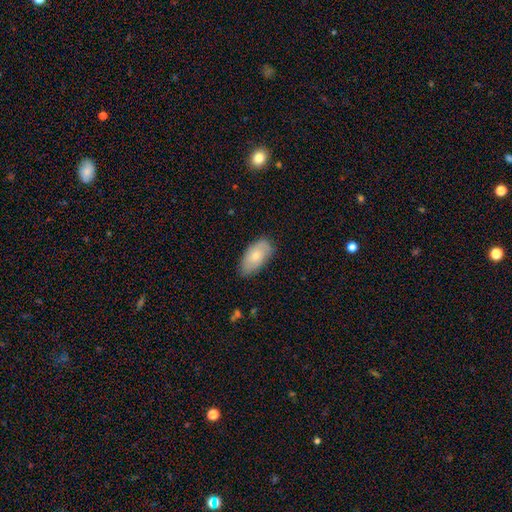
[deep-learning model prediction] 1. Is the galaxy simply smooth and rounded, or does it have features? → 58% smooth, 36% featured or disk, 6% star or artifact.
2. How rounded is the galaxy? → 93% in between, 4% cigar-shaped, 3% round.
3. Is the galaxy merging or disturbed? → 74% none, 21% minor disturbance, 4% major disturbance, 1% merger.